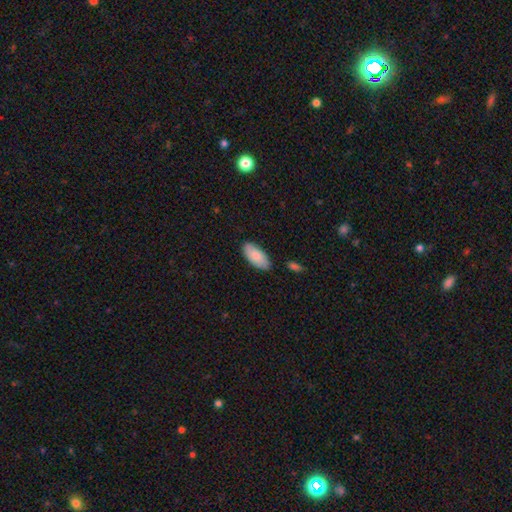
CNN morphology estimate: Smooth or featured: smooth — 83% (featured or disk — 12%)
How rounded: in between — 91% (cigar-shaped — 7%)
Merging: none — 80% (minor disturbance — 14%)